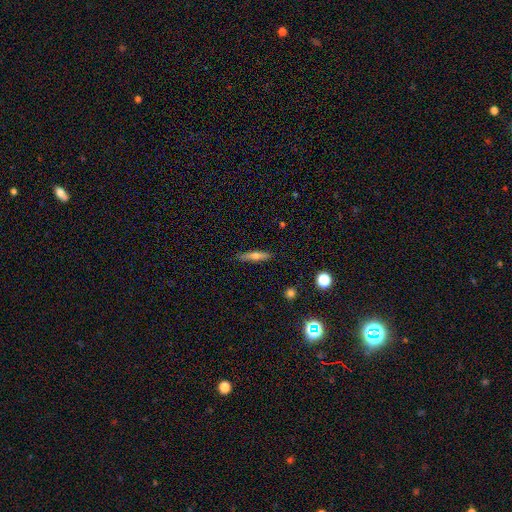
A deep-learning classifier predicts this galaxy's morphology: Smooth or featured: smooth — 54% (featured or disk — 38%)
How rounded: cigar-shaped — 81% (in between — 17%)
Merging: none — 88% (minor disturbance — 9%)